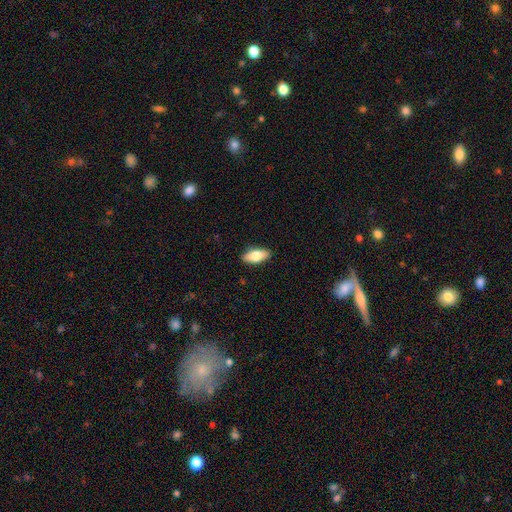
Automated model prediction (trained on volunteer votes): A smooth galaxy with no disk features (73%) that is in between round and cigar-shaped (83%). Merging: none (88%).